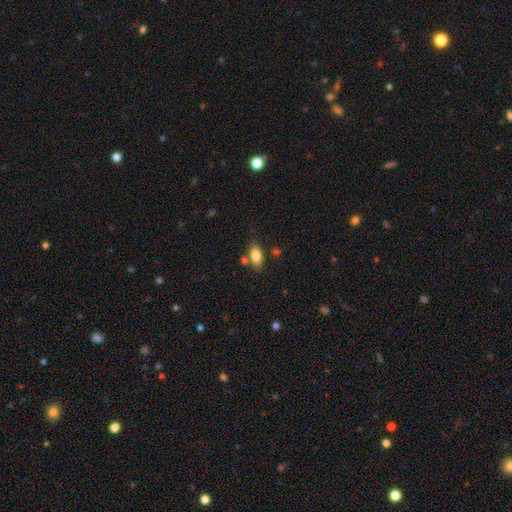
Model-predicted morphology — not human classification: Smooth or featured? smooth (83%)
How rounded? in between (90%)
Merging? none (73%)